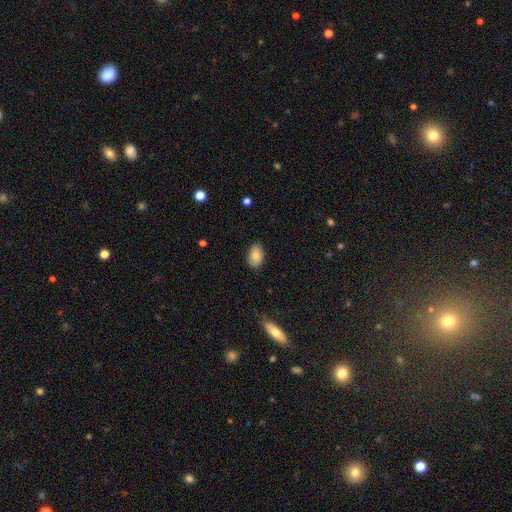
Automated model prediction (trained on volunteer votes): The model was most divided on "merging": none: 84%, minor disturbance: 12%, major disturbance: 2%, merger: 1%. More confident: how rounded — in between (91%); smooth or featured — smooth (85%).